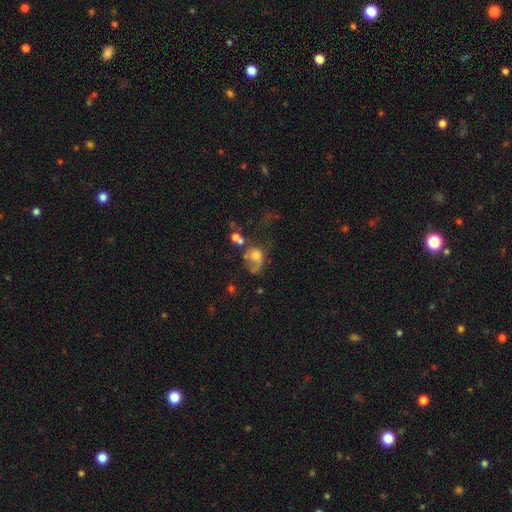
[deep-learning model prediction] Q: Smooth or featured?
A: smooth (53%); runner-up: featured or disk (32%)
Q: How rounded?
A: in between (52%); runner-up: round (46%)
Q: Merging?
A: major disturbance (38%); runner-up: merger (23%)